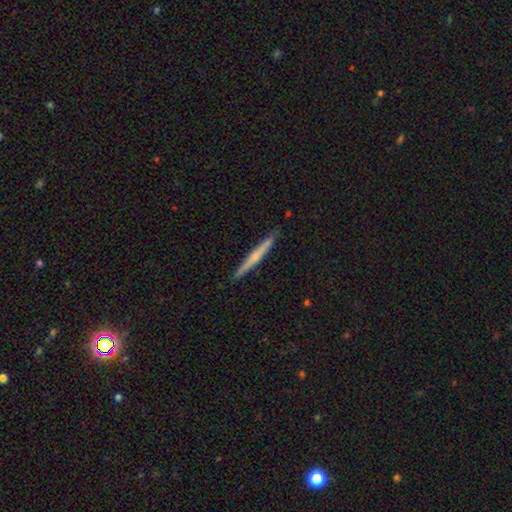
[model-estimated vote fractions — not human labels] Smooth or featured? featured or disk (49%)
Merging? none (91%)